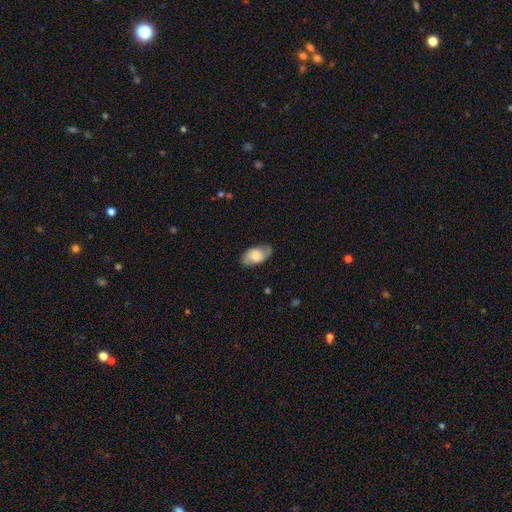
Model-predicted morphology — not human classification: Smooth or featured? smooth (51%)
How rounded? in between (93%)
Merging? none (78%)